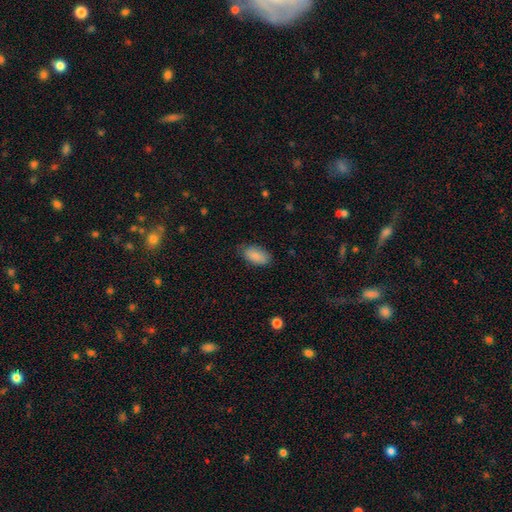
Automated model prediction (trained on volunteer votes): The model was most divided on "merging": none: 79%, minor disturbance: 17%, major disturbance: 3%, merger: 1%. More confident: how rounded — in between (92%); smooth or featured — smooth (88%).